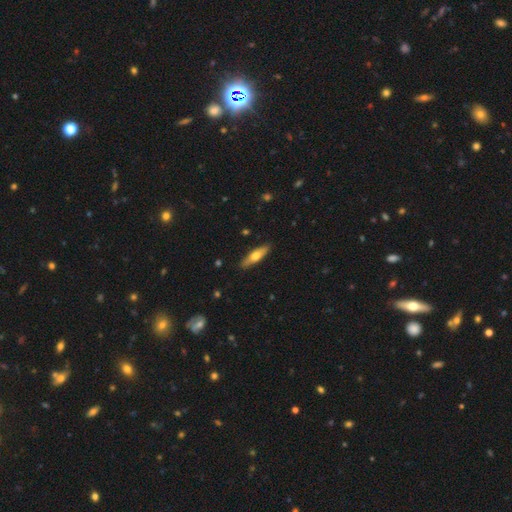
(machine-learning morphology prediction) smooth 54%, featured or disk 40%, star or artifact 6%. Down the decision tree: how rounded — cigar-shaped (65%); merging — none (88%).